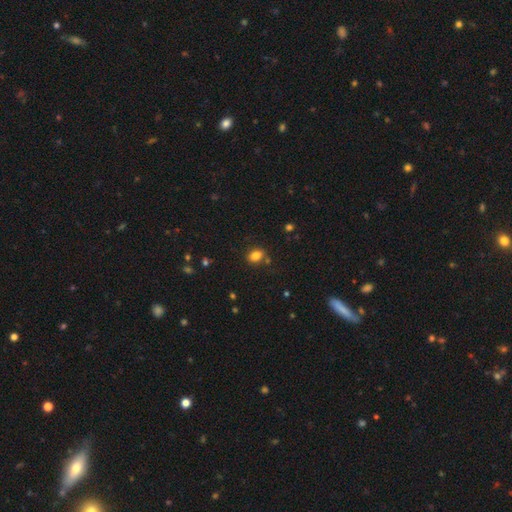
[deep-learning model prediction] Smooth or featured?
  - smooth: 83% *
  - star or artifact: 12%
  - featured or disk: 6%
How rounded?
  - in between: 68% *
  - round: 31%
  - cigar-shaped: 1%
Merging?
  - none: 77% *
  - minor disturbance: 12%
  - merger: 7%
  - major disturbance: 3%